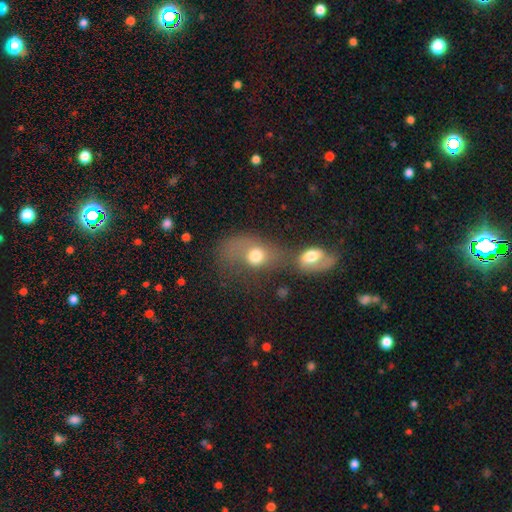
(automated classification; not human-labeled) Smooth or featured? smooth (66%)
How rounded? in between (62%)
Merging? merger (53%)